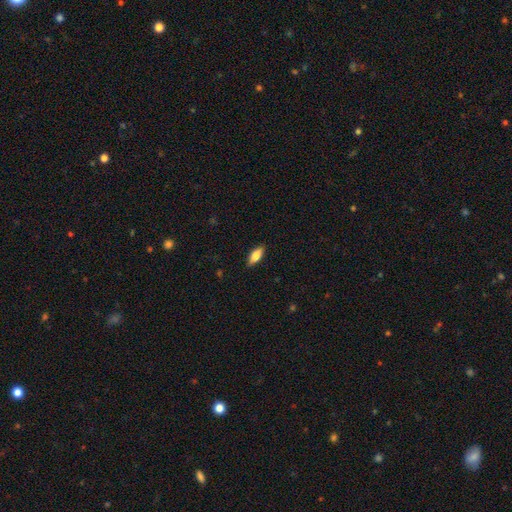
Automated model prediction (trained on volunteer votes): Morphology: type=smooth (81%); roundness=in between (81%); merging=none (87%).